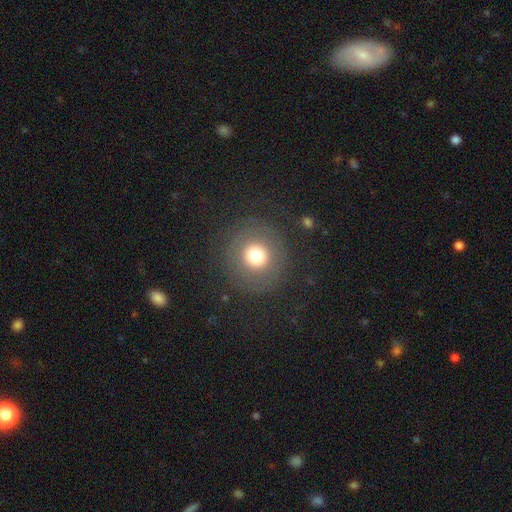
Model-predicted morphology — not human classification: Q: Smooth or featured?
A: smooth (68%); runner-up: featured or disk (18%)
Q: How rounded?
A: round (94%); runner-up: in between (5%)
Q: Merging?
A: none (84%); runner-up: minor disturbance (8%)